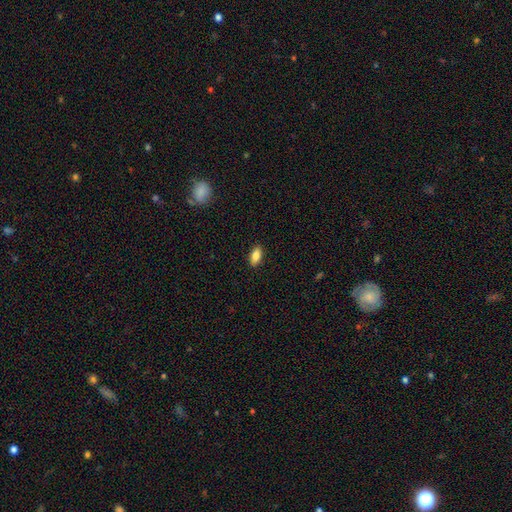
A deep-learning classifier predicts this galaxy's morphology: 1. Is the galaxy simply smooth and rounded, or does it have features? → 84% smooth, 9% featured or disk, 7% star or artifact.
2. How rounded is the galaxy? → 89% in between, 8% cigar-shaped, 3% round.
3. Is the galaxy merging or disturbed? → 90% none, 7% minor disturbance, 2% major disturbance, 1% merger.